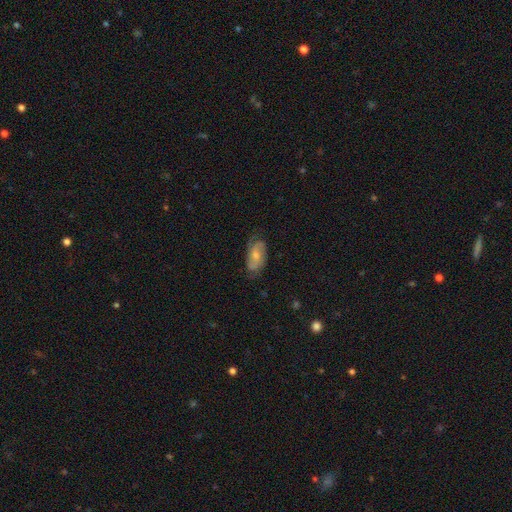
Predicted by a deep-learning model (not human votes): This is possibly a featured or disk galaxy (56%). It is clearly not viewed edge-on (93%). Bar: likely no (62%). Spiral arm pattern: clearly yes (85%). Central bulge: possibly moderate (51%). Merging: likely none (66%).